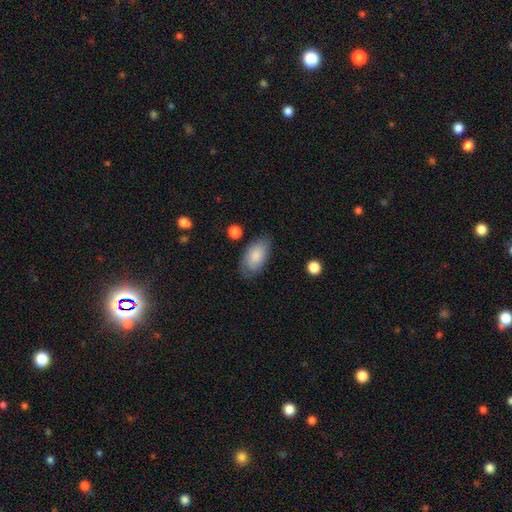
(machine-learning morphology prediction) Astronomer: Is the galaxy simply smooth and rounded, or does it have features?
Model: smooth — 82%.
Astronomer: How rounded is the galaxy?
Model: in between — 94%.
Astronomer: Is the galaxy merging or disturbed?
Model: none — 77%.